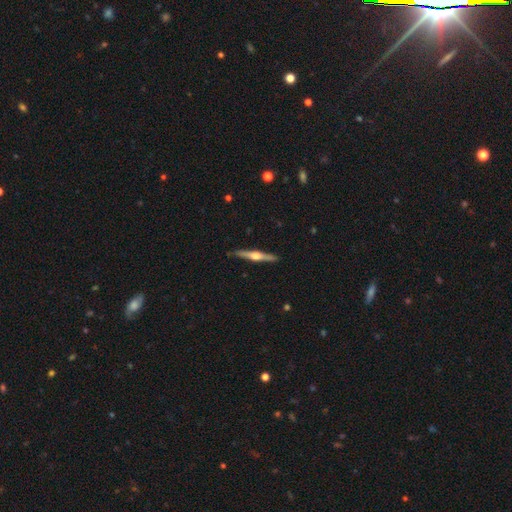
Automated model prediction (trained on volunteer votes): Smooth or featured?
  - featured or disk: 74% *
  - smooth: 21%
  - star or artifact: 5%
Edge-on disk?
  - yes: 98% *
  - no: 2%
Edge-on bulge?
  - rounded: 92% *
  - boxy: 5%
  - none: 3%
Merging?
  - none: 90% *
  - minor disturbance: 7%
  - major disturbance: 1%
  - merger: 1%